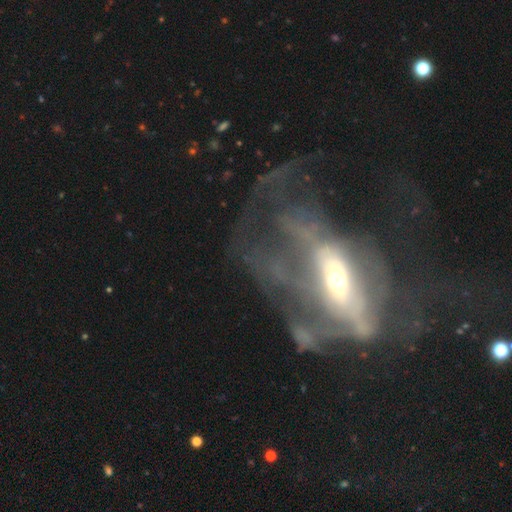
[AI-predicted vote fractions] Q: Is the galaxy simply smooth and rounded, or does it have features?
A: featured or disk — 71%.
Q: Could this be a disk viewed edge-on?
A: no — 87%.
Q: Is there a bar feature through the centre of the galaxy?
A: no — 55%.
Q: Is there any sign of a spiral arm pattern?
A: no — 60%.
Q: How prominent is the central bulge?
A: moderate — 59%.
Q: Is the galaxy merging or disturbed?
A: major disturbance — 60%.